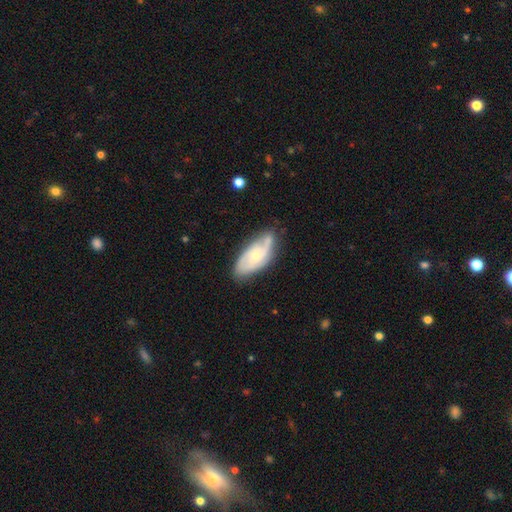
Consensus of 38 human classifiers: A featured or disk galaxy (63%) with no bar (63%), 2 (73%) medium (47%) spiral arms (79%) and a small central bulge (58%). Merging: none (56%).